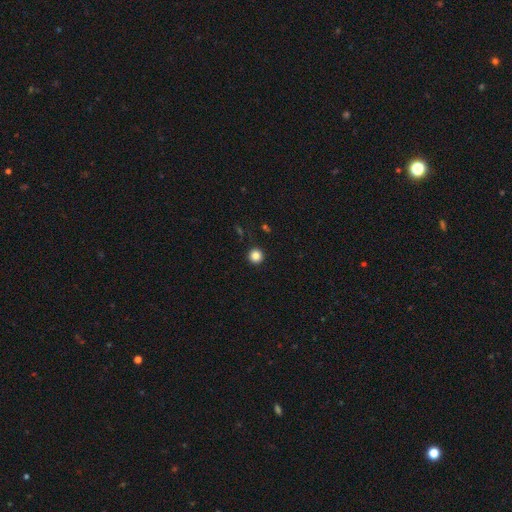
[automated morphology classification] Smooth or featured?
  - smooth: 84% *
  - star or artifact: 11%
  - featured or disk: 5%
How rounded?
  - round: 96% *
  - in between: 3%
  - cigar-shaped: 1%
Merging?
  - none: 92% *
  - minor disturbance: 5%
  - major disturbance: 2%
  - merger: 1%